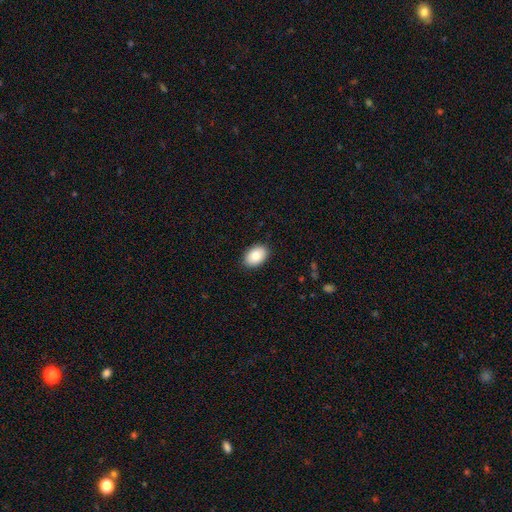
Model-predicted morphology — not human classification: Smooth or featured? Predicted: smooth (p=0.84). How rounded? Predicted: in between (p=0.87). Merging? Predicted: none (p=0.89).